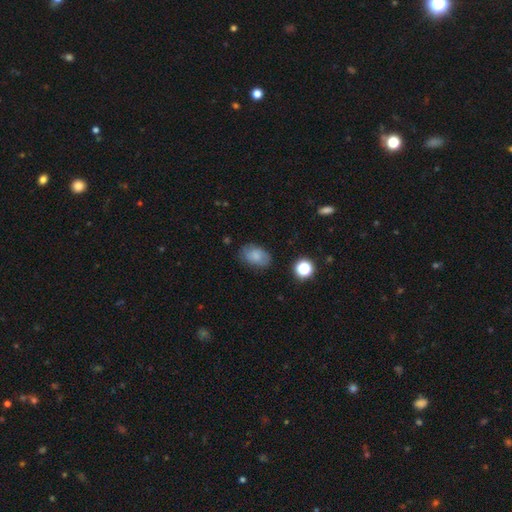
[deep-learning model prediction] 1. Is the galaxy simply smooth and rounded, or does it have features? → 77% smooth, 13% featured or disk, 10% star or artifact.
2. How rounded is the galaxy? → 85% in between, 14% round, 1% cigar-shaped.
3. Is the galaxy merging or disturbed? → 76% none, 17% minor disturbance, 4% major disturbance, 2% merger.